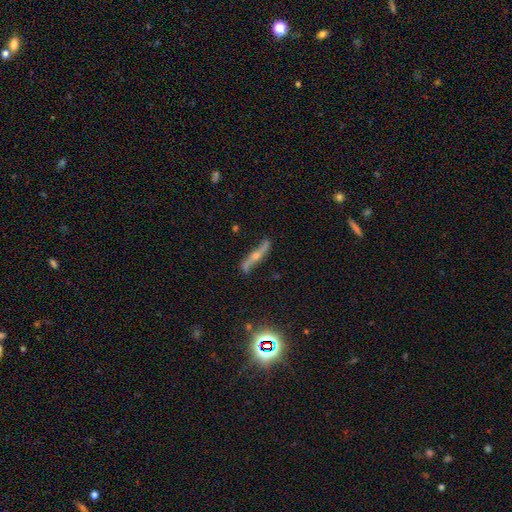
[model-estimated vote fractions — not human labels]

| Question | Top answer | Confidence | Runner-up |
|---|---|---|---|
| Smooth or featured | featured or disk | 73% | smooth (14%) |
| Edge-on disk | yes | 62% | no (38%) |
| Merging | none | 79% | minor disturbance (14%) |